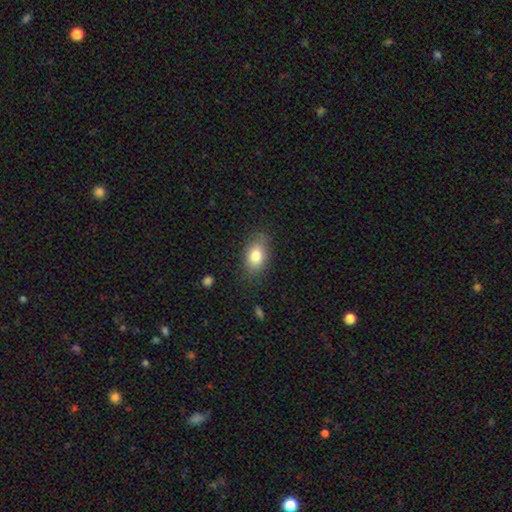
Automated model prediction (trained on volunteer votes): smooth_or_featured: smooth (p=0.81) [alt: featured or disk p=0.11]
how_rounded: in between (p=0.86) [alt: round p=0.12]
merging: none (p=0.80) [alt: minor disturbance p=0.15]